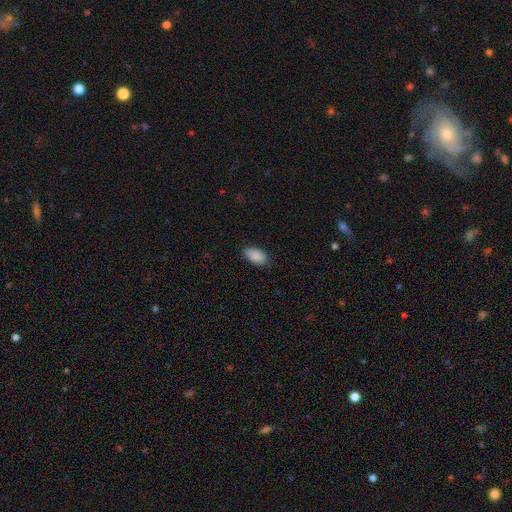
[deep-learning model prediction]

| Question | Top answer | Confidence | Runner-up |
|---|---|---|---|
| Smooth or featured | smooth | 89% | star or artifact (6%) |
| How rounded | in between | 95% | cigar-shaped (3%) |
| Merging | none | 86% | minor disturbance (11%) |